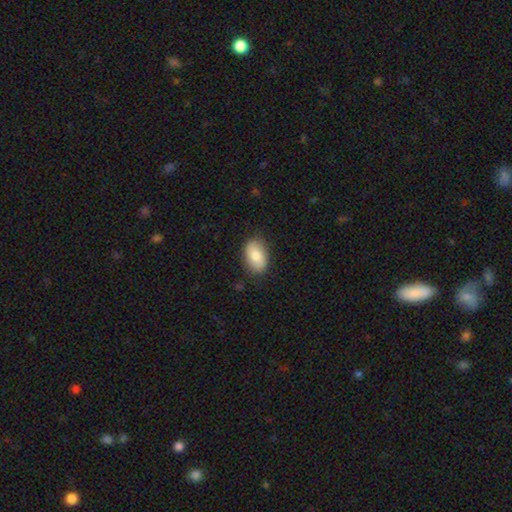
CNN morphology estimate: Smooth or featured: smooth — 78% (featured or disk — 16%)
How rounded: in between — 90% (round — 9%)
Merging: none — 82% (minor disturbance — 14%)